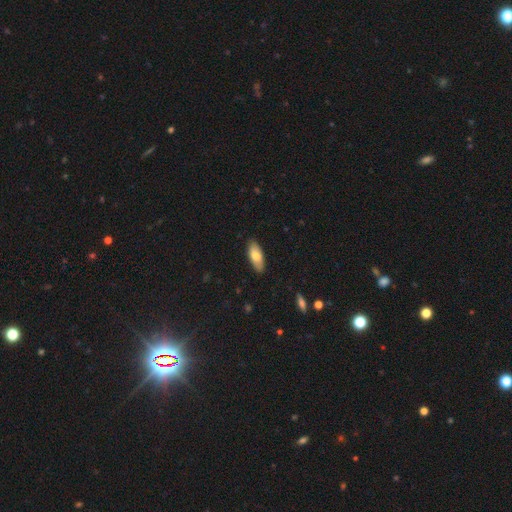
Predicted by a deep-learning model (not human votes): Smooth or featured? Predicted: smooth (p=0.78). How rounded? Predicted: in between (p=0.81). Merging? Predicted: none (p=0.86).